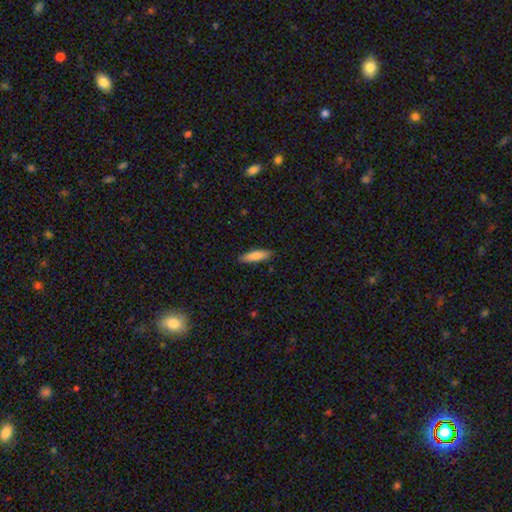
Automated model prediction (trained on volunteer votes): Overall: smooth (81%). How rounded: cigar-shaped (70%). Merging: none (88%).